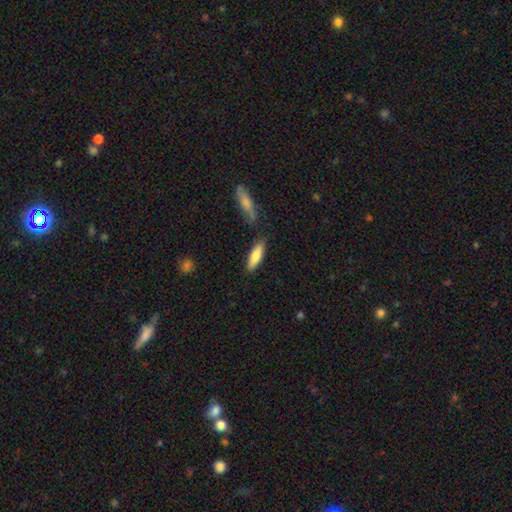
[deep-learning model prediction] Morphology: type=smooth (77%); roundness=cigar-shaped (53%); merging=none (81%).